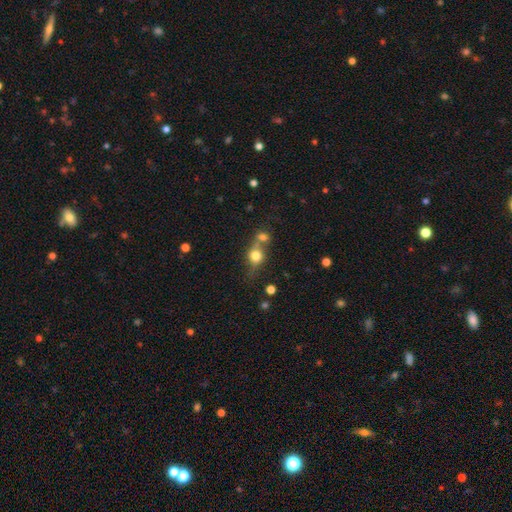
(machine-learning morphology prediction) This is likely a smooth galaxy (72%). How rounded: likely round (68%). Merging: marginally merger (45%).